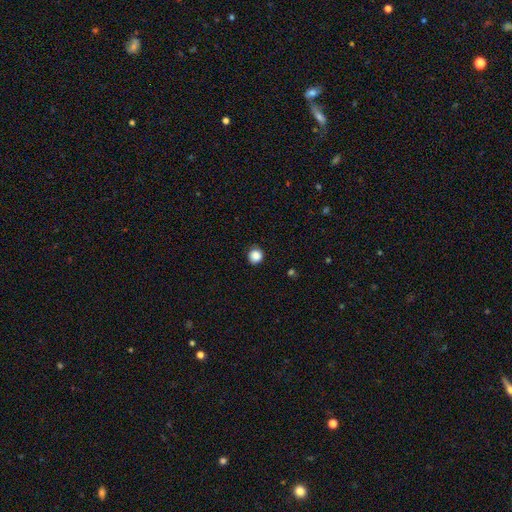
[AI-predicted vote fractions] Overall: smooth (87%). How rounded: round (92%). Merging: none (87%).